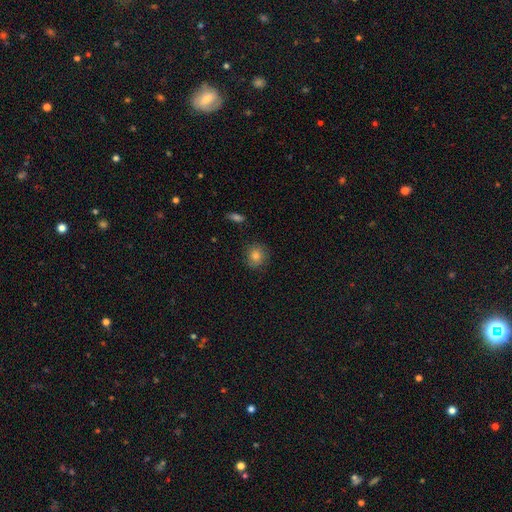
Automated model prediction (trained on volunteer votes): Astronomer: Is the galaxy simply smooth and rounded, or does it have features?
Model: smooth — 80%.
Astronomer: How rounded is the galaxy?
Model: round — 83%.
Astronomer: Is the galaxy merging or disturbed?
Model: none — 85%.